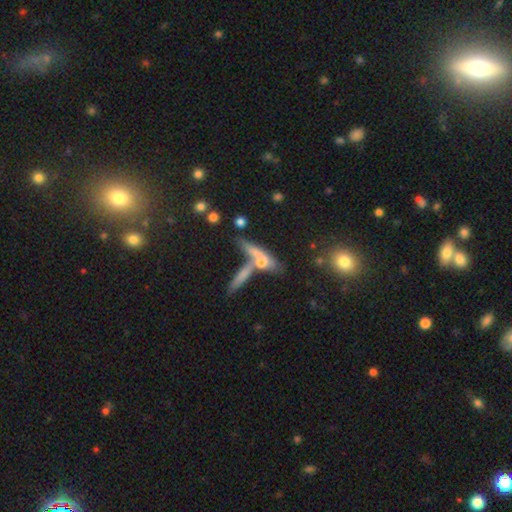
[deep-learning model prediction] The model was most divided on "smooth or featured": featured or disk: 52%, smooth: 27%, star or artifact: 20%. More confident: edge-on disk — yes (78%); merging — none (57%).